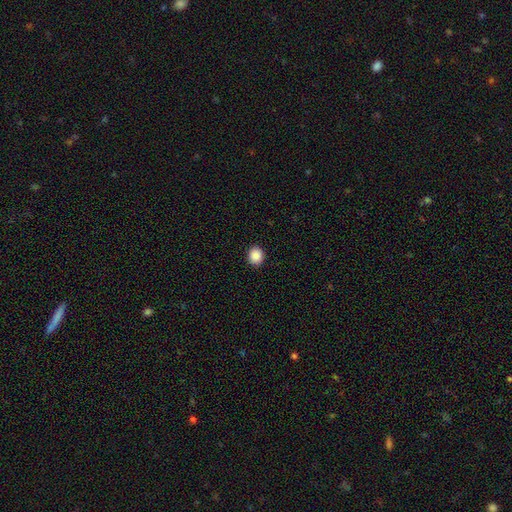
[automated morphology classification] Smooth or featured?
  - smooth: 89% *
  - star or artifact: 9%
  - featured or disk: 2%
How rounded?
  - round: 79% *
  - in between: 20%
  - cigar-shaped: 1%
Merging?
  - none: 93% *
  - minor disturbance: 5%
  - major disturbance: 2%
  - merger: 1%